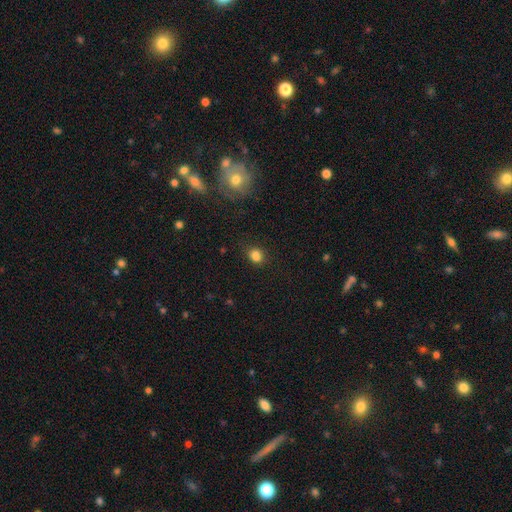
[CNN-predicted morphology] This appears to be a smooth galaxy with no disk features (83%) that is round (65%). Merging: none (81%).